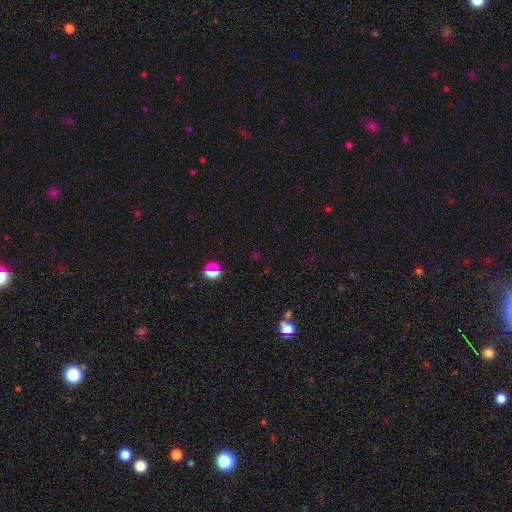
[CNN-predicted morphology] A star or artifact, not a galaxy (61%).